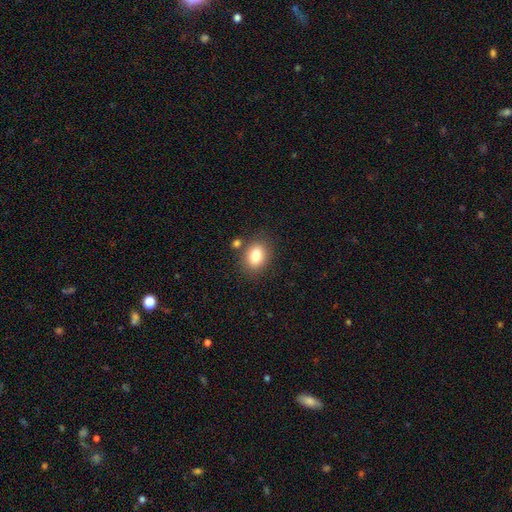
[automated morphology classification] type=smooth (81%); roundness=in between (62%); merging=none (78%).